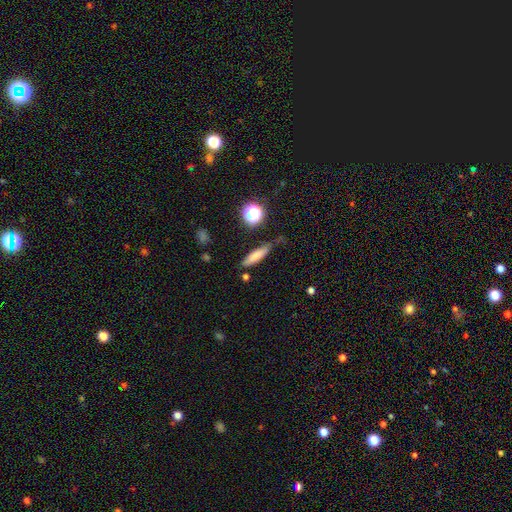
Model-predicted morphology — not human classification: type=smooth (74%); roundness=cigar-shaped (71%); merging=none (66%).